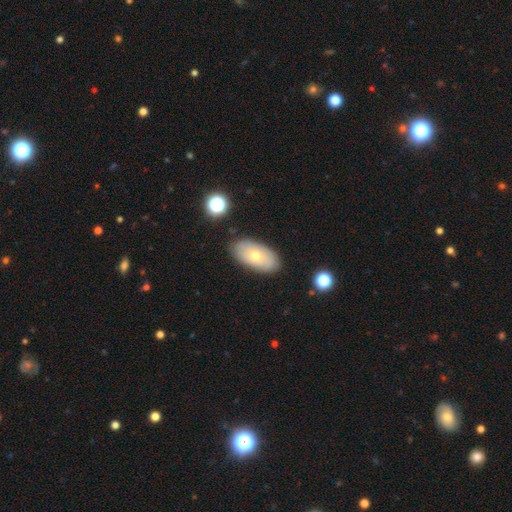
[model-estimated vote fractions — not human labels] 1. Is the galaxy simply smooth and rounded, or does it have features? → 60% smooth, 32% featured or disk, 8% star or artifact.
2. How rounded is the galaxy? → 92% in between, 5% round, 3% cigar-shaped.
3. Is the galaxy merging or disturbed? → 83% none, 12% minor disturbance, 3% major disturbance, 2% merger.